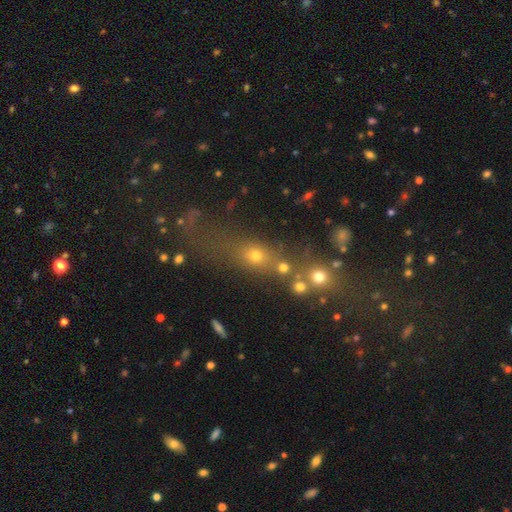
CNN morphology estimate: Smooth or featured? smooth (54%)
How rounded? round (41%)
Merging? none (45%)